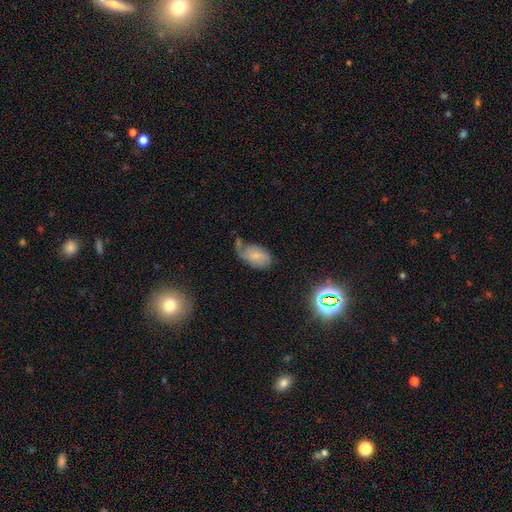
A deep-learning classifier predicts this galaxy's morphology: A smooth galaxy with no disk features (56%) that is in between round and cigar-shaped (91%). Merging: none (35%).